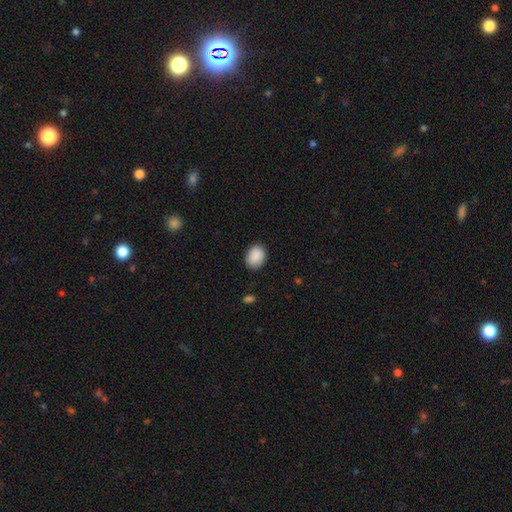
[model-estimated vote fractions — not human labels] This is clearly a smooth galaxy (90%). How rounded: likely in between (62%). Merging: clearly none (83%).